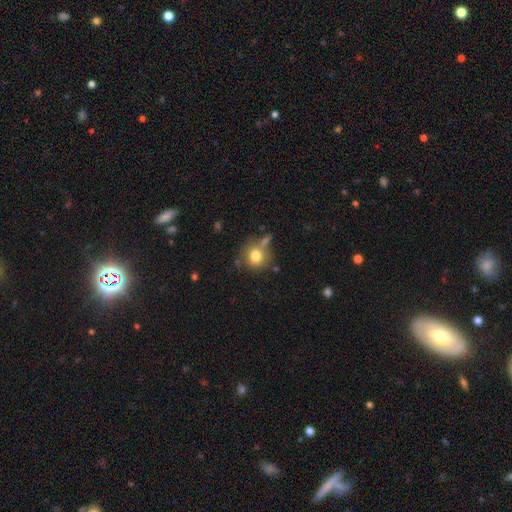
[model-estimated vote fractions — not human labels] Smooth or featured? Predicted: smooth (p=0.77). How rounded? Predicted: round (p=0.83). Merging? Predicted: none (p=0.62).